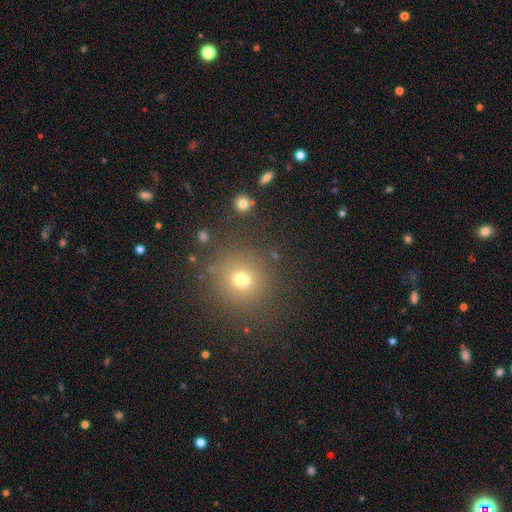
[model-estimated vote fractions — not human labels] smooth 57%, star or artifact 35%, featured or disk 8%. Down the decision tree: how rounded — round (91%); merging — none (89%).